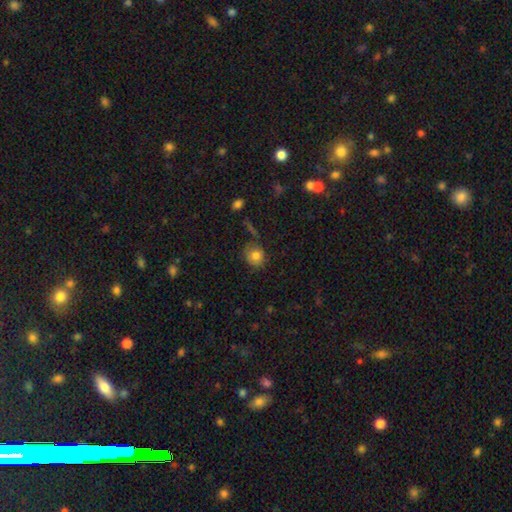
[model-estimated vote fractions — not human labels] Overall: smooth (79%). How rounded: round (73%). Merging: none (70%).